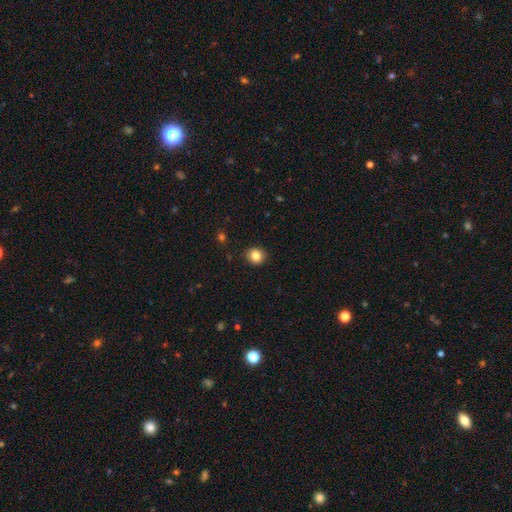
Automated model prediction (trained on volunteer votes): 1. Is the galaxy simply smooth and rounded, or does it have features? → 84% smooth, 11% star or artifact, 6% featured or disk.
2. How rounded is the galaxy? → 83% round, 16% in between, 1% cigar-shaped.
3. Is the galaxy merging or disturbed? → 90% none, 7% minor disturbance, 2% major disturbance, 1% merger.